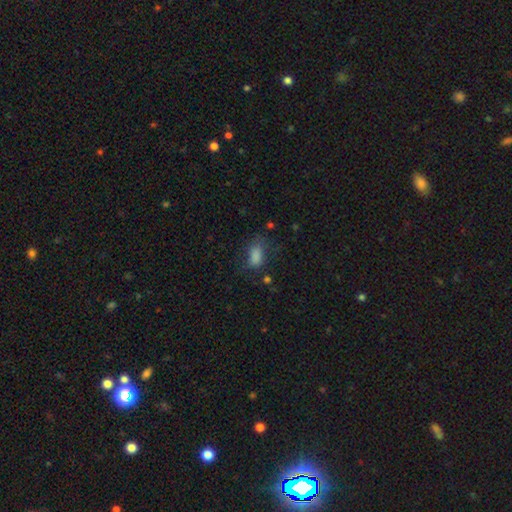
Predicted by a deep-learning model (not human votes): This appears to be a smooth galaxy with no disk features (77%) that is in between round and cigar-shaped (84%). Merging: none (56%).